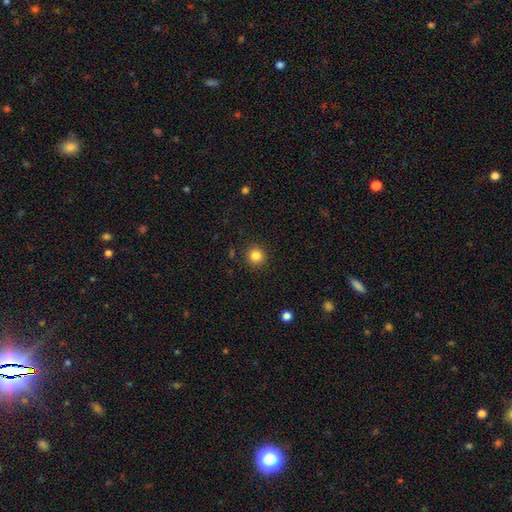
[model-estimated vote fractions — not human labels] Smooth or featured? Predicted: smooth (p=0.85). How rounded? Predicted: round (p=0.94). Merging? Predicted: none (p=0.91).